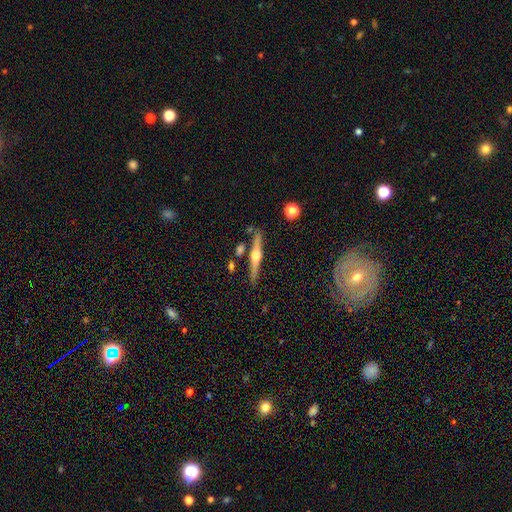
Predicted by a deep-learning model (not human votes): A featured or disk galaxy (75%) viewed edge-on (97%) with a rounded central bulge (94%).

Vote fractions:
- Smooth or featured? featured or disk: 75% / smooth: 19% / star or artifact: 6%
- Edge-on disk? yes: 97% / no: 3%
- Edge-on bulge? rounded: 94% / boxy: 4% / none: 2%
- Merging? none: 82% / minor disturbance: 10% / merger: 6% / major disturbance: 2%